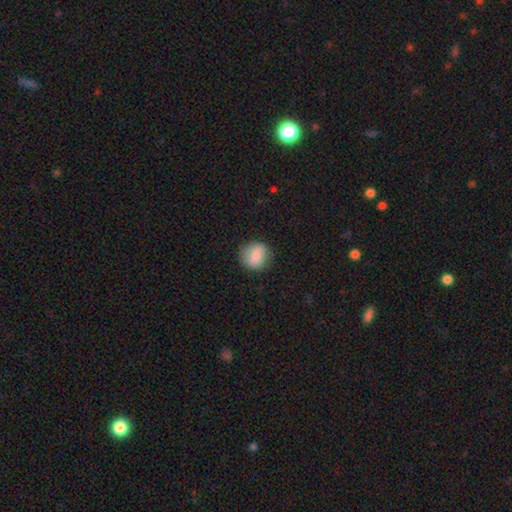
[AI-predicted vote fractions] smooth 80%, featured or disk 11%, star or artifact 8%. Down the decision tree: how rounded — round (87%); merging — none (85%).